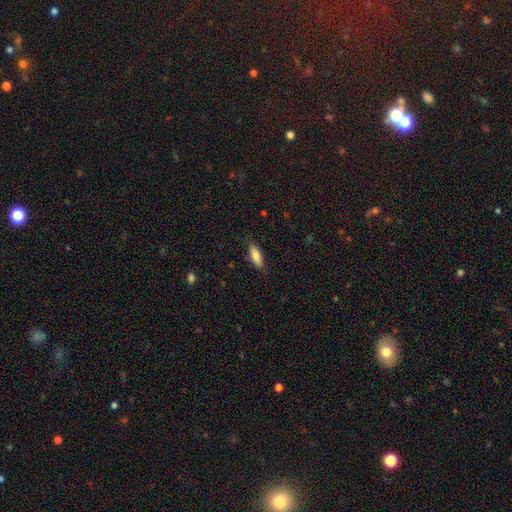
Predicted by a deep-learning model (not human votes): Overall: smooth (82%). How rounded: in between (67%; cigar-shaped 31%). Merging: none (84%).